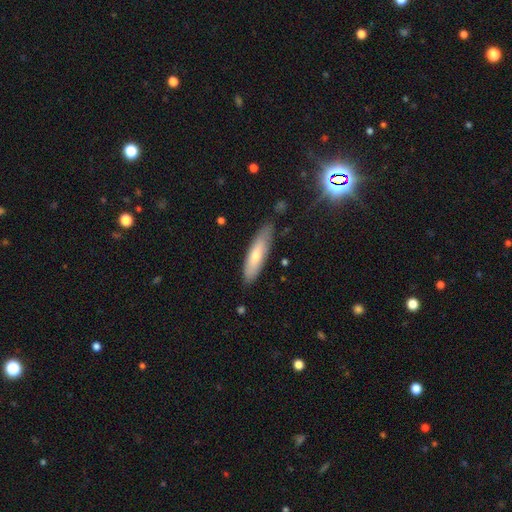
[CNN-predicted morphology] Overall: smooth (67%; featured or disk 27%). How rounded: cigar-shaped (63%; in between 36%). Merging: none (76%).